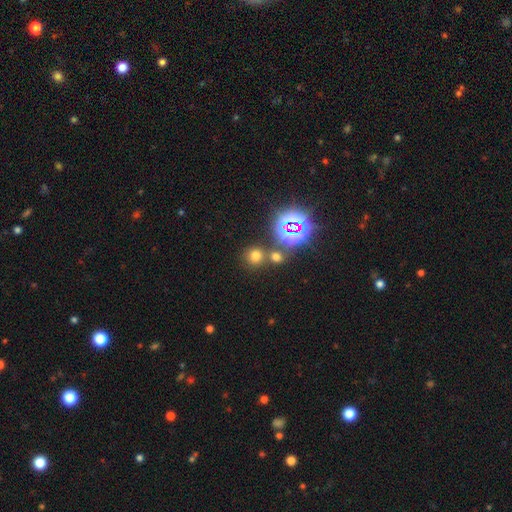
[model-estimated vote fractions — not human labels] smooth 60%, star or artifact 33%, featured or disk 7%. Down the decision tree: how rounded — round (89%); merging — none (69%).